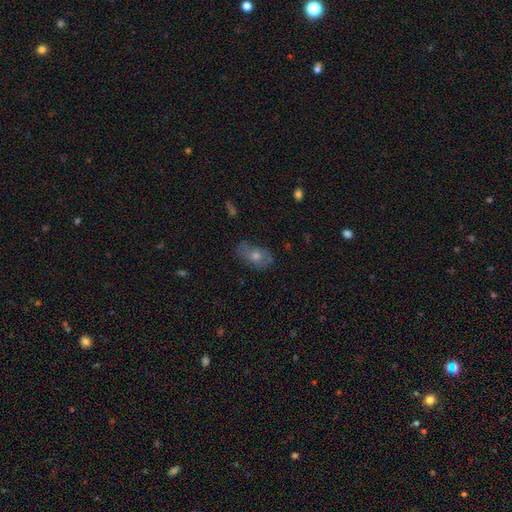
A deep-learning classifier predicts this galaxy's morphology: Smooth or featured? Predicted: smooth (p=0.49). Merging? Predicted: none (p=0.69).